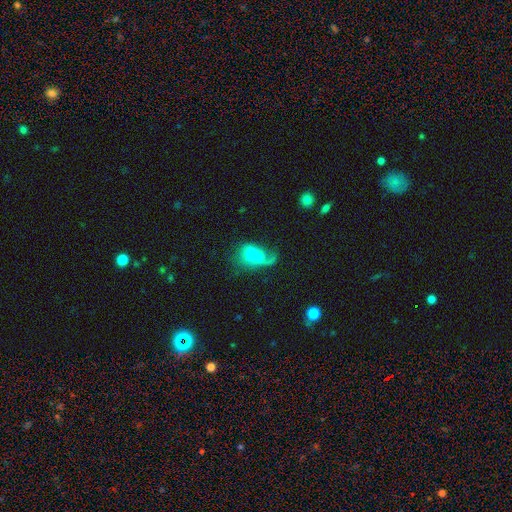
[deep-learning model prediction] The model was most divided on "smooth or featured": smooth: 46%, featured or disk: 44%, star or artifact: 10%. Remaining: merging — major disturbance (44%).